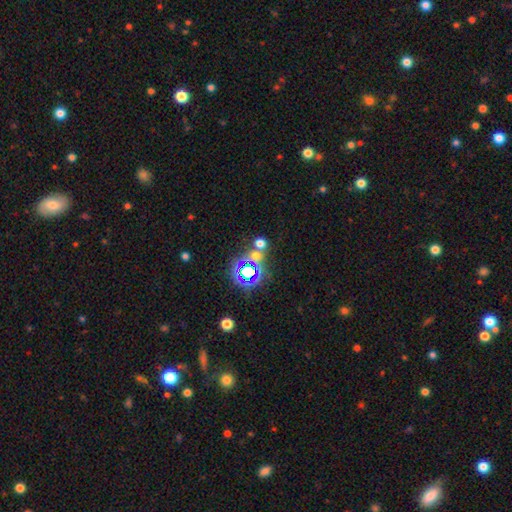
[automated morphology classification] Overall: star or artifact (47%; smooth 44%).